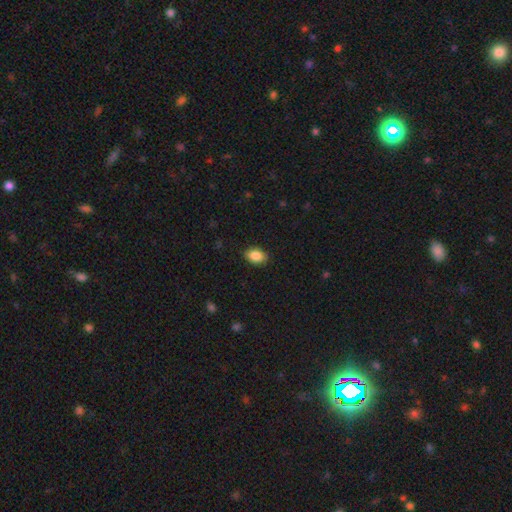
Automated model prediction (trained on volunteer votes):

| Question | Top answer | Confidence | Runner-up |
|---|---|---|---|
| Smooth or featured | smooth | 88% | star or artifact (8%) |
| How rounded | in between | 85% | round (14%) |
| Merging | none | 86% | minor disturbance (10%) |